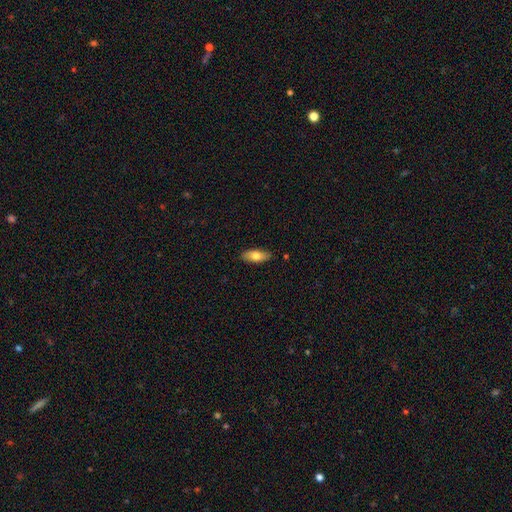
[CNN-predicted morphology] This is likely a smooth galaxy (74%). How rounded: likely in between (80%). Merging: clearly none (86%).